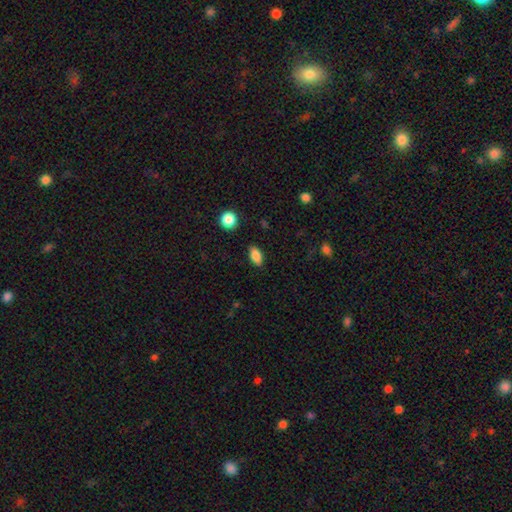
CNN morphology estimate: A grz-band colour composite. It shows a smooth galaxy with no disk features (84%) that is in between round and cigar-shaped (87%). Merging: none (87%).